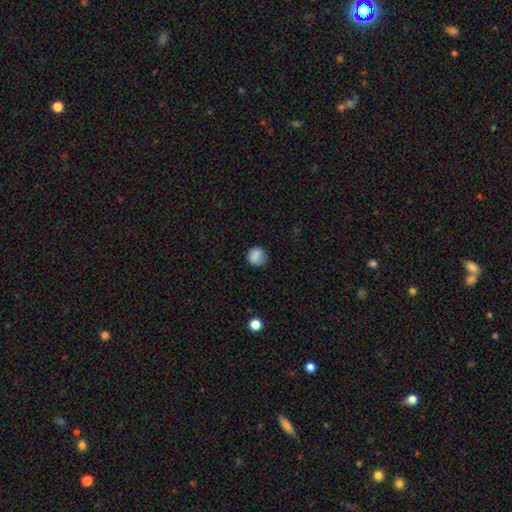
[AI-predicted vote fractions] This is clearly a smooth galaxy (85%). How rounded: clearly round (87%). Merging: likely none (80%).